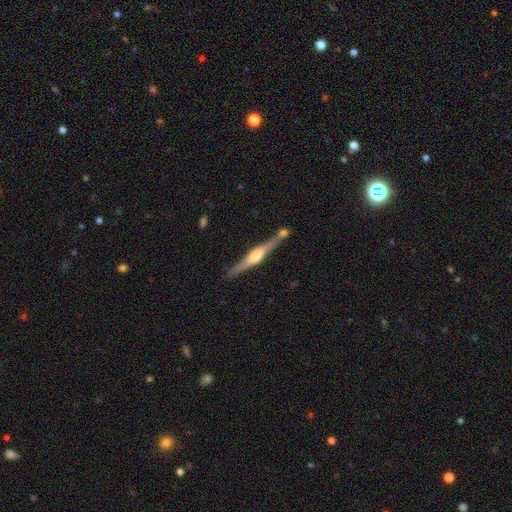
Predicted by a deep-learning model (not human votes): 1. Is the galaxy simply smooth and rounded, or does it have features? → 76% featured or disk, 18% smooth, 6% star or artifact.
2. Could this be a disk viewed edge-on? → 98% yes, 2% no.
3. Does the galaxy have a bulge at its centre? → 83% rounded, 13% boxy, 4% none.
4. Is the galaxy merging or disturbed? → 77% none, 12% minor disturbance, 9% merger, 3% major disturbance.